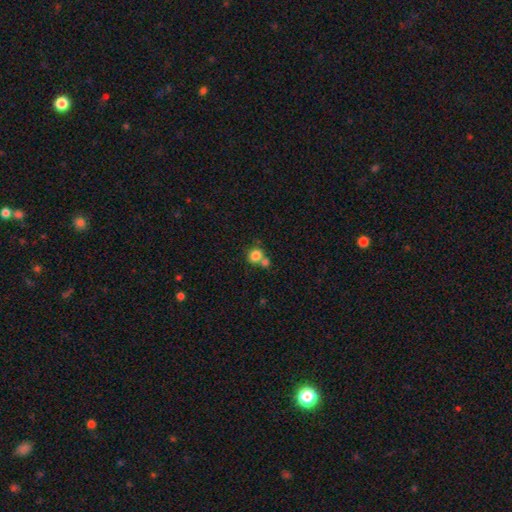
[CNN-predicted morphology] smooth_or_featured: smooth (p=0.82) [alt: star or artifact p=0.10]
how_rounded: round (p=0.68) [alt: in between p=0.31]
merging: none (p=0.45) [alt: merger p=0.42]